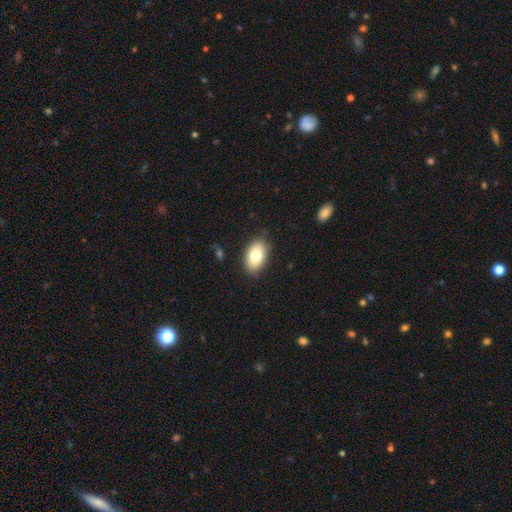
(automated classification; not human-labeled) smooth 78%, featured or disk 15%, star or artifact 7%. Down the decision tree: how rounded — in between (92%); merging — none (84%).